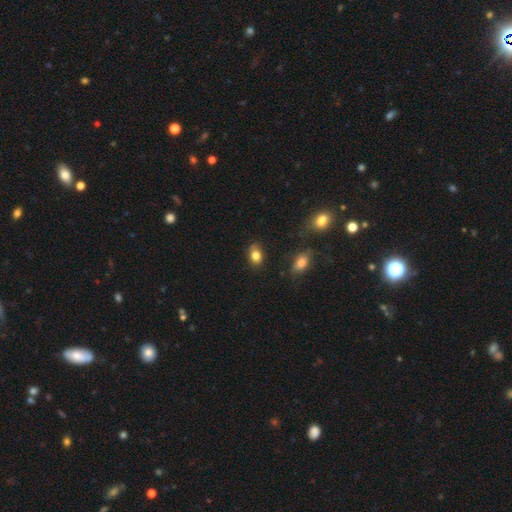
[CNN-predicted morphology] Smooth or featured: smooth — 82% (star or artifact — 10%)
How rounded: in between — 68% (round — 31%)
Merging: none — 68% (minor disturbance — 23%)